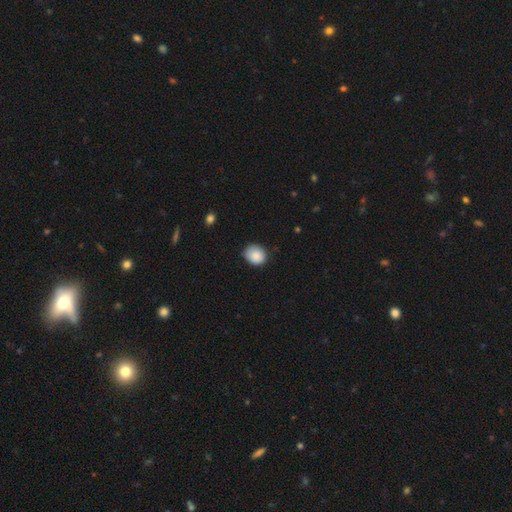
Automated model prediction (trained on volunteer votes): Smooth or featured? Predicted: smooth (p=0.87). How rounded? Predicted: round (p=0.71). Merging? Predicted: none (p=0.77).